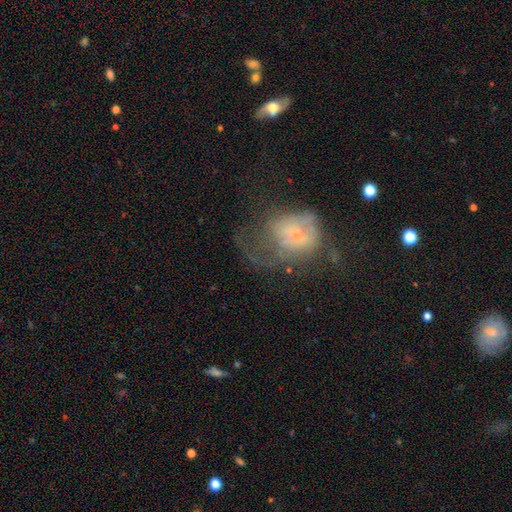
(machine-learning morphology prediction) Smooth or featured?
  - featured or disk: 40% *
  - smooth: 39%
  - star or artifact: 21%
Merging?
  - major disturbance: 41% *
  - none: 33%
  - minor disturbance: 22%
  - merger: 3%